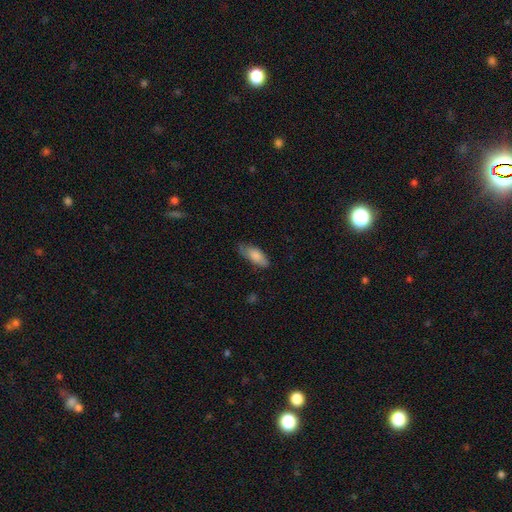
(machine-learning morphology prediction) Smooth or featured?
  - smooth: 81% *
  - featured or disk: 13%
  - star or artifact: 6%
How rounded?
  - in between: 78% *
  - cigar-shaped: 20%
  - round: 2%
Merging?
  - none: 68% *
  - minor disturbance: 25%
  - major disturbance: 5%
  - merger: 1%